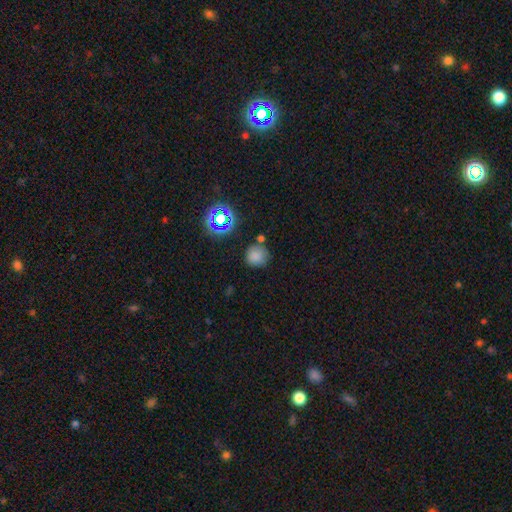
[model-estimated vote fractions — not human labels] smooth-or-featured: smooth: 76% | star or artifact: 17% | featured or disk: 7%
  how-rounded: round: 91% | in between: 8% | cigar-shaped: 1%
  merging: none: 74% | minor disturbance: 13% | merger: 8% | major disturbance: 4%